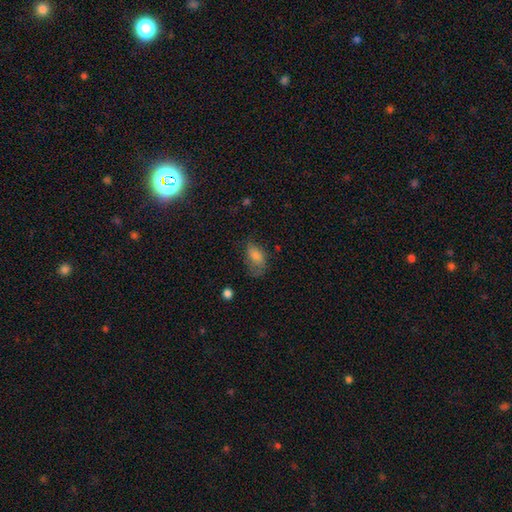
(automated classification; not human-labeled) A smooth galaxy with no disk features (68%) that is in between round and cigar-shaped (87%).

Vote fractions:
- Smooth or featured? smooth: 68% / featured or disk: 17% / star or artifact: 15%
- How rounded? in between: 87% / round: 10% / cigar-shaped: 3%
- Merging? none: 48% / minor disturbance: 30% / major disturbance: 20% / merger: 2%